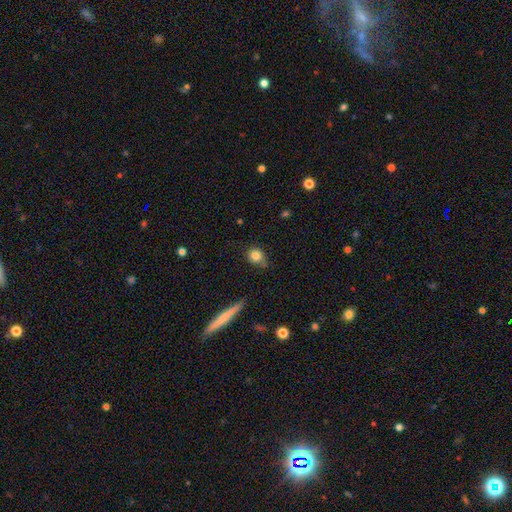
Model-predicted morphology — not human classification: This is clearly a smooth galaxy (83%). How rounded: likely round (72%). Merging: likely none (69%).